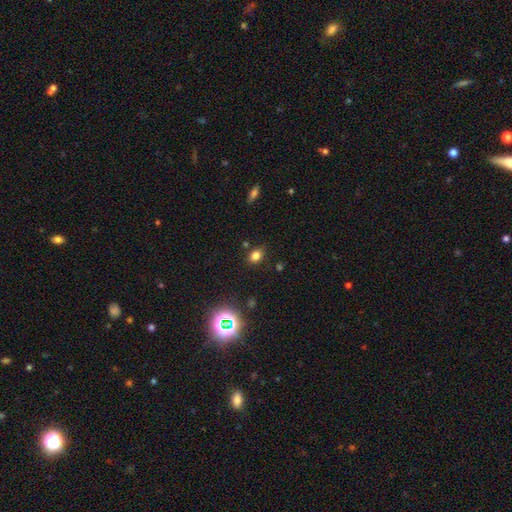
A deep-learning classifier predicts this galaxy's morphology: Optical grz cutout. It shows a smooth galaxy with no disk features (76%) that is in between round and cigar-shaped (60%). Merging: none (81%).